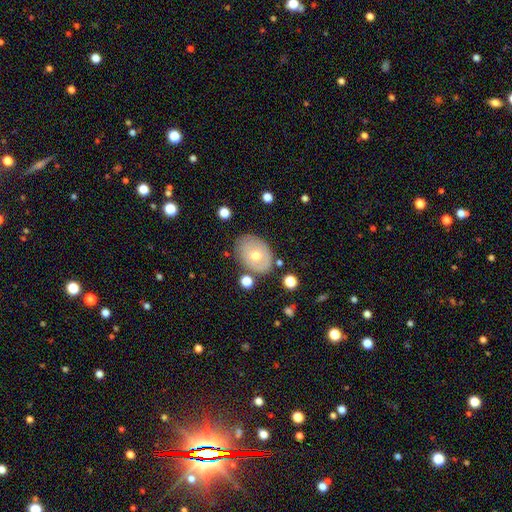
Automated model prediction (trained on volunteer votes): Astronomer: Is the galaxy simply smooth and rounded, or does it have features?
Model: smooth — 57% (runner-up: featured or disk, 35%).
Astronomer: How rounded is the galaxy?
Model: in between — 70%.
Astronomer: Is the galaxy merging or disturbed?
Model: none — 77%.